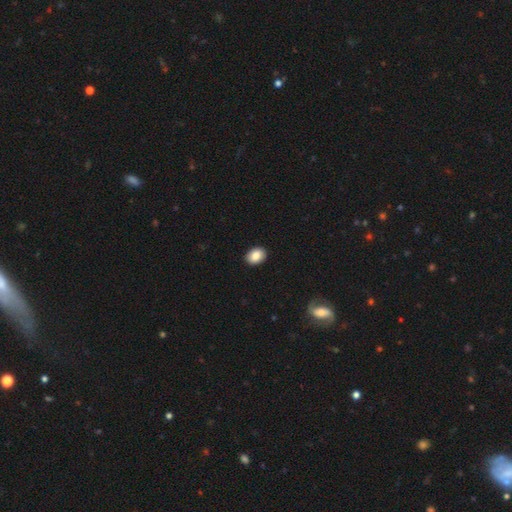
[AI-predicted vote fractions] smooth 85%, featured or disk 7%, star or artifact 7%. Down the decision tree: how rounded — in between (70%); merging — none (91%).